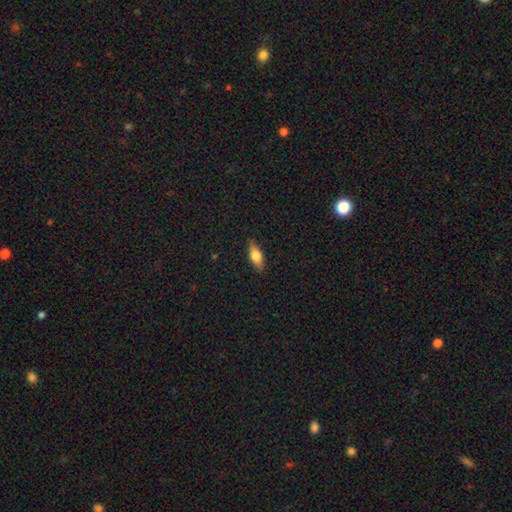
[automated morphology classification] Q: Smooth or featured?
A: smooth (70%); runner-up: featured or disk (23%)
Q: How rounded?
A: in between (76%); runner-up: cigar-shaped (20%)
Q: Merging?
A: none (86%); runner-up: minor disturbance (11%)